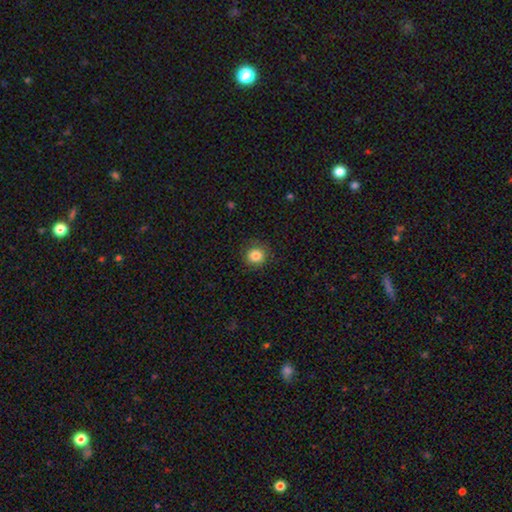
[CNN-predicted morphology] type=smooth (84%); roundness=round (91%); merging=none (87%).